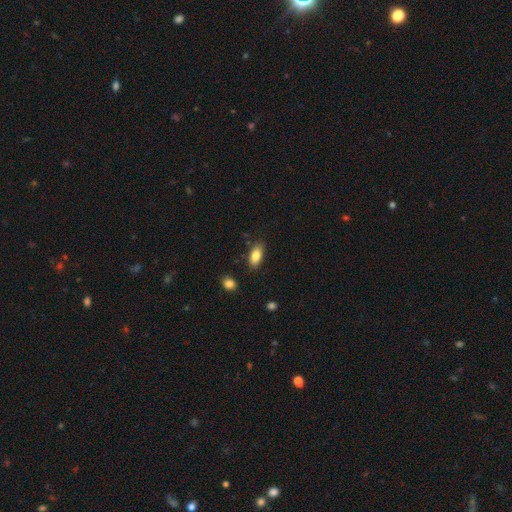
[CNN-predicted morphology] smooth_or_featured: smooth (p=0.84) [alt: featured or disk p=0.09]
how_rounded: in between (p=0.90) [alt: cigar-shaped p=0.06]
merging: none (p=0.83) [alt: minor disturbance p=0.12]